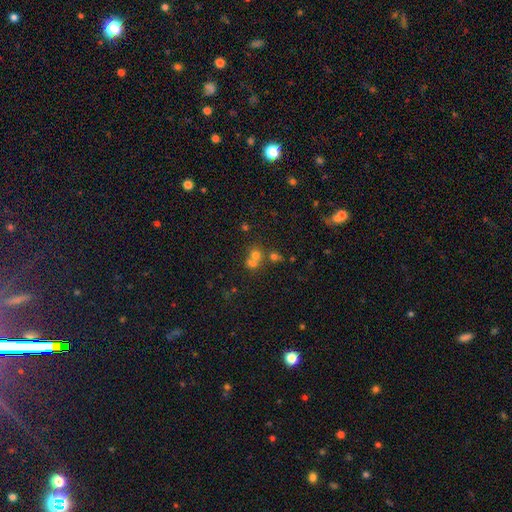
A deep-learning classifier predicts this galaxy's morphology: Smooth or featured?
  - smooth: 60% *
  - star or artifact: 23%
  - featured or disk: 17%
How rounded?
  - round: 78% *
  - in between: 21%
  - cigar-shaped: 1%
Merging?
  - merger: 52% *
  - none: 38%
  - minor disturbance: 6%
  - major disturbance: 4%